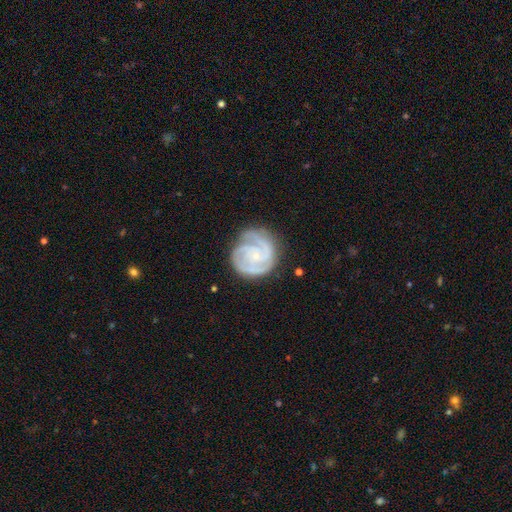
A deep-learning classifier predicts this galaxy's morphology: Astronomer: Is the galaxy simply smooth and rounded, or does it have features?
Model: featured or disk — 89%.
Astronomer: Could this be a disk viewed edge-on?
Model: no — 98%.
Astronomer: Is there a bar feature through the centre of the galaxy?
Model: no — 70%.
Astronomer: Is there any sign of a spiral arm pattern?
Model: yes — 98%.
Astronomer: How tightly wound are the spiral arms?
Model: tight — 69%.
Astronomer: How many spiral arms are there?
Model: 3 — 45% (runner-up: 2, 31%).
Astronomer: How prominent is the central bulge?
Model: small — 81%.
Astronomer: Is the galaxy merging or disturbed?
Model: none — 74%.